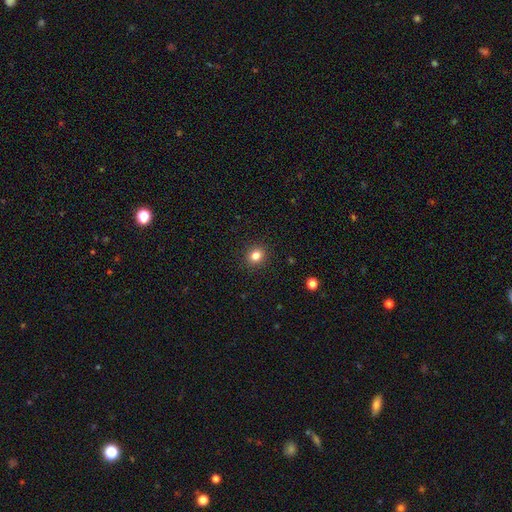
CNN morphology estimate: Smooth or featured: smooth — 82% (star or artifact — 12%)
How rounded: round — 71% (in between — 28%)
Merging: none — 91% (minor disturbance — 6%)